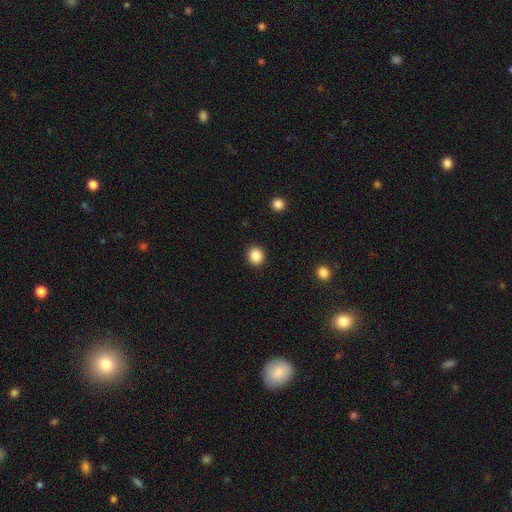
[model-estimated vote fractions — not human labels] This is clearly a smooth galaxy (87%). How rounded: clearly round (84%). Merging: clearly none (91%).